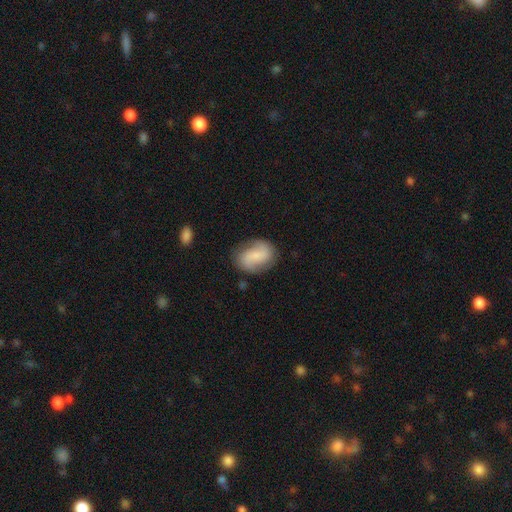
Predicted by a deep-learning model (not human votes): Overall: featured or disk (49%; smooth 43%). Merging: none (76%).